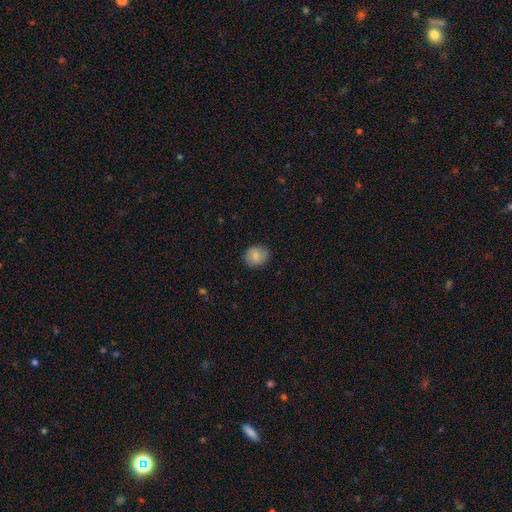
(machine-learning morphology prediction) Smooth or featured: smooth — 83% (featured or disk — 10%)
How rounded: round — 76% (in between — 23%)
Merging: none — 84% (minor disturbance — 12%)